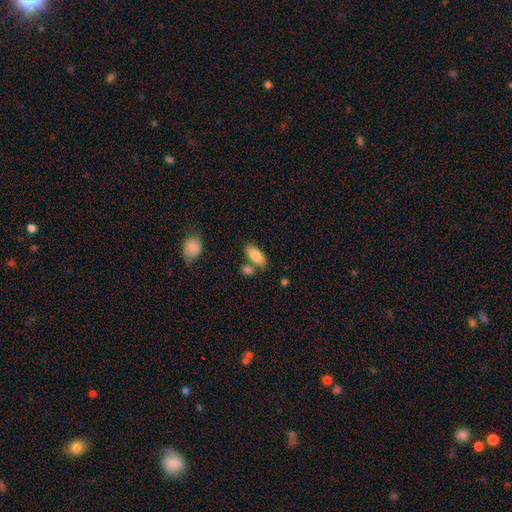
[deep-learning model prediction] Smooth or featured? smooth (85%)
How rounded? in between (91%)
Merging? none (64%)